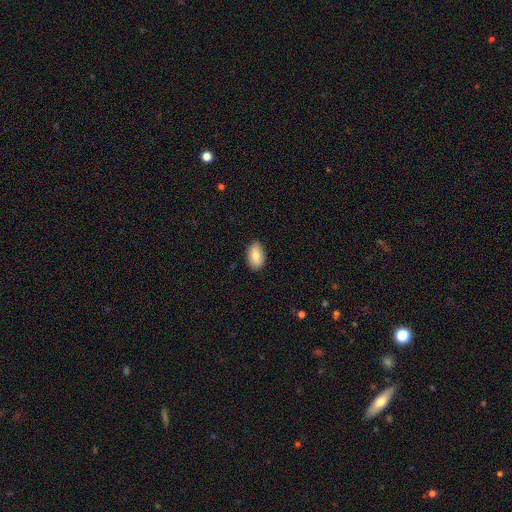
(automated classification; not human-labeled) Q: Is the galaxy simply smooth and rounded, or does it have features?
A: smooth — 82%.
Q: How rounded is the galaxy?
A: in between — 93%.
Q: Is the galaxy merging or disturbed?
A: none — 88%.